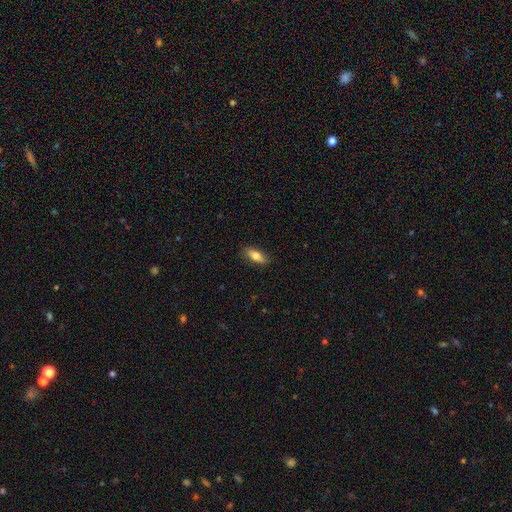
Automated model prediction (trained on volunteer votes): This appears to be a smooth galaxy with no disk features (78%) that is in between round and cigar-shaped (75%). Merging: none (86%).